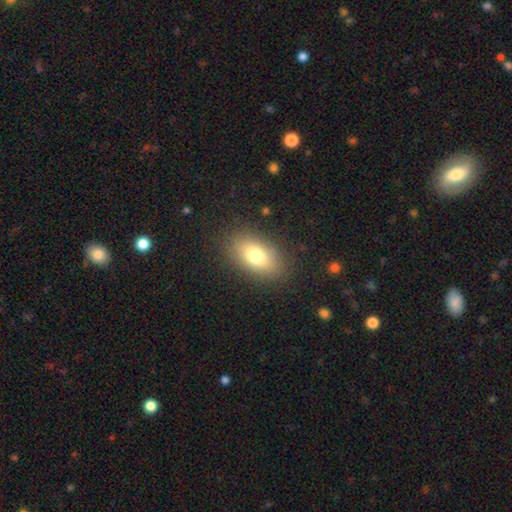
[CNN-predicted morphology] smooth 77%, featured or disk 14%, star or artifact 9%. Down the decision tree: how rounded — in between (88%); merging — none (85%).